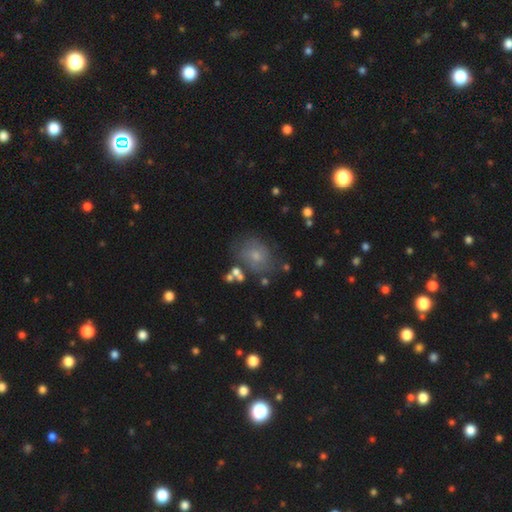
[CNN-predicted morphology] The model was most divided on "how rounded": in between: 54%, round: 44%, cigar-shaped: 1%. More confident: merging — none (63%); smooth or featured — smooth (51%).